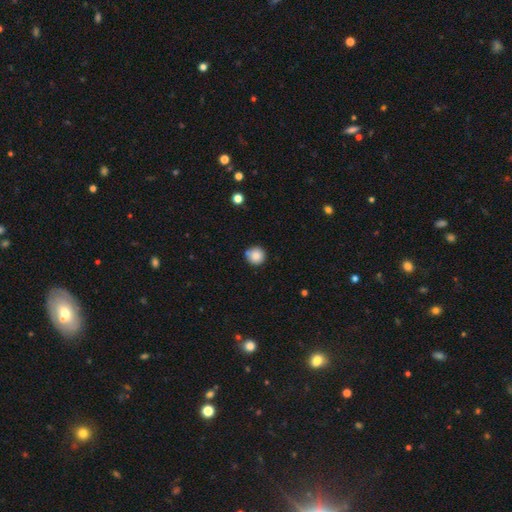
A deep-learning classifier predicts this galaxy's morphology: Smooth or featured: smooth — 86% (star or artifact — 9%)
How rounded: round — 95% (in between — 4%)
Merging: none — 82% (minor disturbance — 11%)